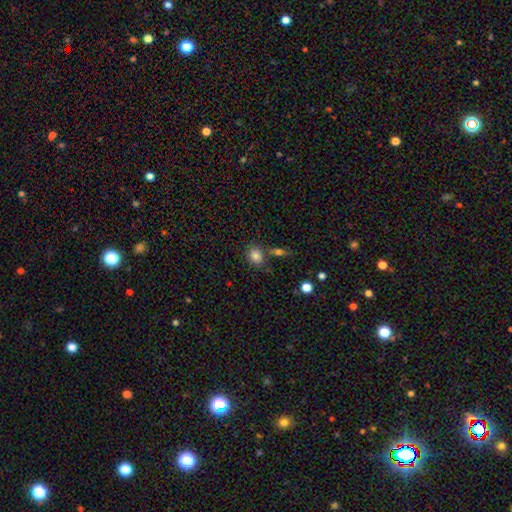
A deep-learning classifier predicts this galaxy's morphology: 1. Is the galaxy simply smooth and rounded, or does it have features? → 84% smooth, 9% star or artifact, 7% featured or disk.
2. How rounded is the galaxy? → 49% in between (tied), 49% round (tied), 2% cigar-shaped.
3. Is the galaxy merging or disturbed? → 64% none, 19% merger, 13% minor disturbance, 4% major disturbance.